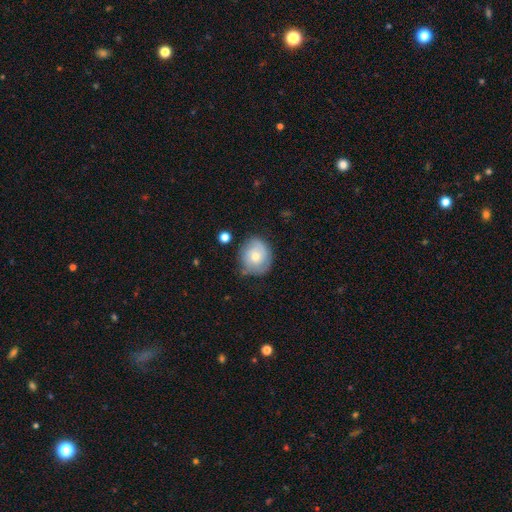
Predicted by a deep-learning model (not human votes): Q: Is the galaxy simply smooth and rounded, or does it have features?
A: smooth — 56%.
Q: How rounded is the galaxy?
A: round — 82%.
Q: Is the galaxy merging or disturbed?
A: none — 69%.